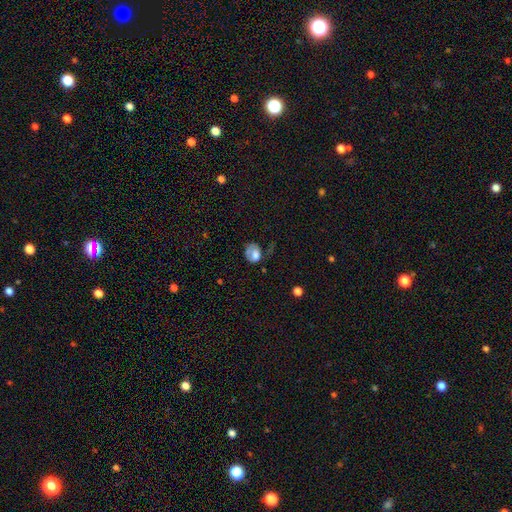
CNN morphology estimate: This appears to be a smooth galaxy with no disk features (64%) that is in between round and cigar-shaped (50%). Merging: none (34%).